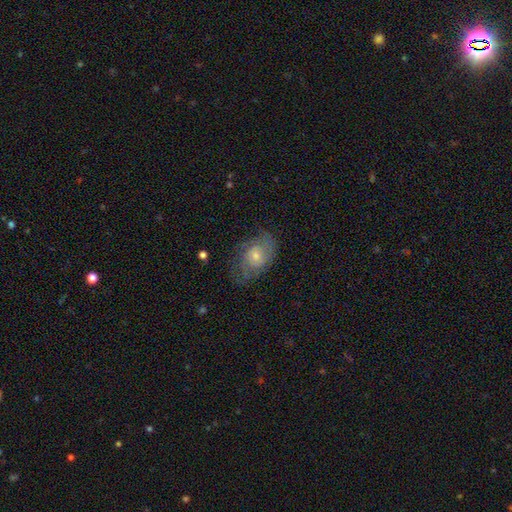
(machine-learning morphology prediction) Smooth or featured? Predicted: featured or disk (p=0.55). Edge-on disk? Predicted: no (p=0.95). Bar? Predicted: no (p=0.76). Spiral arms? Predicted: yes (p=0.76). Bulge size? Predicted: small (p=0.50). Merging? Predicted: none (p=0.62).